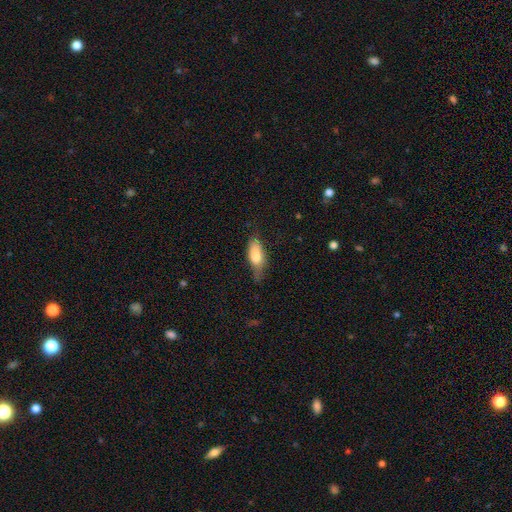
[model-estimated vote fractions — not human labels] A smooth galaxy with no disk features (74%) that is in between round and cigar-shaped (75%). Merging: none (55%).